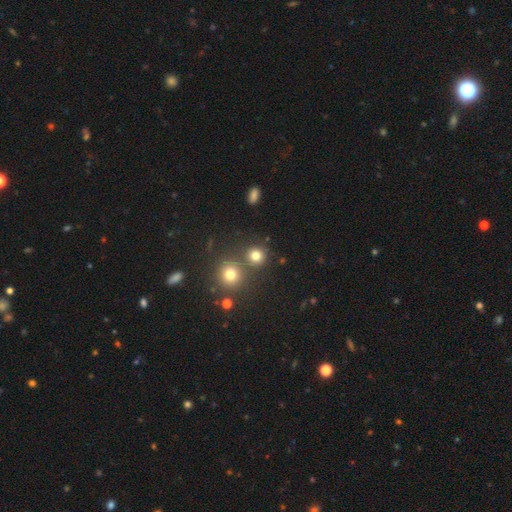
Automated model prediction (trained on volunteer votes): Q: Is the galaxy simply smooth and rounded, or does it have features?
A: smooth — 76%.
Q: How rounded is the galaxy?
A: round — 90%.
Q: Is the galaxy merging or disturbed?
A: none — 75%.